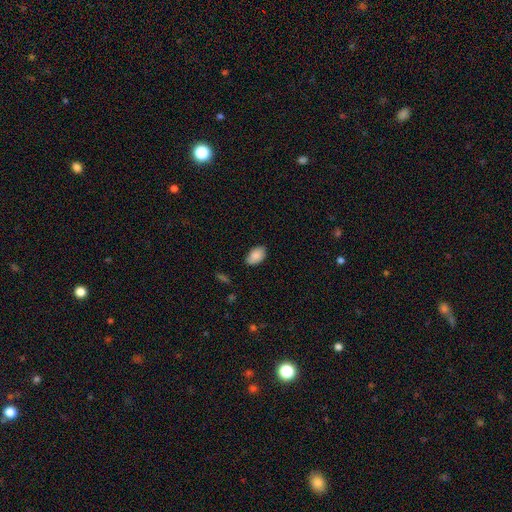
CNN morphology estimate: Q: Smooth or featured?
A: smooth (87%); runner-up: star or artifact (7%)
Q: How rounded?
A: in between (92%); runner-up: round (7%)
Q: Merging?
A: none (78%); runner-up: minor disturbance (17%)